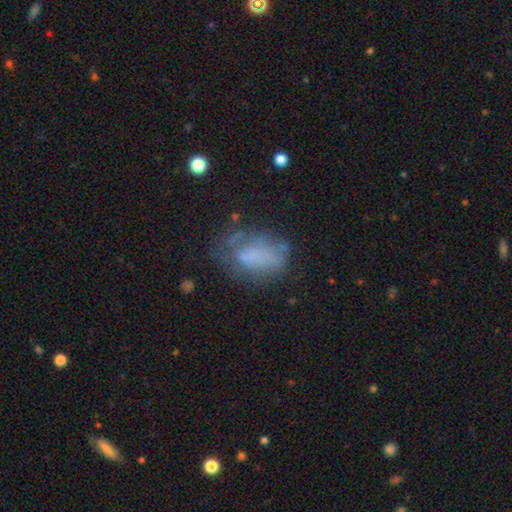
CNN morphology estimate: type=smooth (55%); roundness=in between (85%); merging=none (40%).